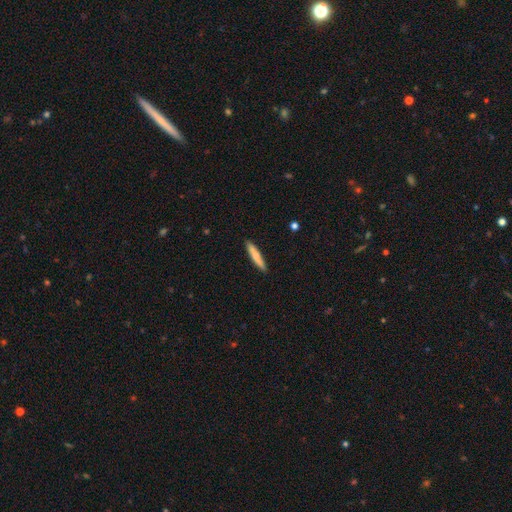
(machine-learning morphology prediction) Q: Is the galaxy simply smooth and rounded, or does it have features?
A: smooth — 64%.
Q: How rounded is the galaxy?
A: cigar-shaped — 91%.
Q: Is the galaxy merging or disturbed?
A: none — 90%.